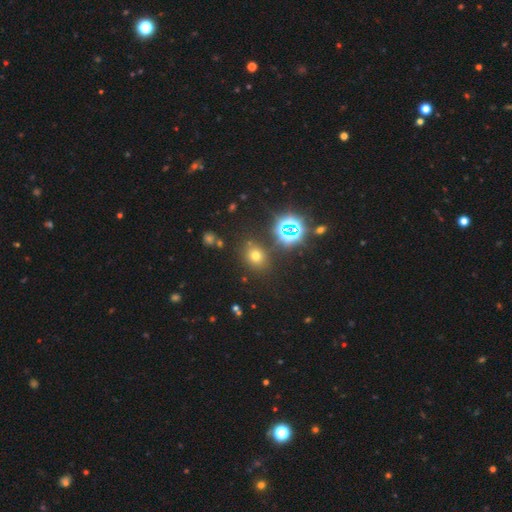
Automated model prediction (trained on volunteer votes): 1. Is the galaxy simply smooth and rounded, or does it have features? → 58% smooth, 33% star or artifact, 10% featured or disk.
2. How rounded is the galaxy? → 64% round, 35% in between, 1% cigar-shaped.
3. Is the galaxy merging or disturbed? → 82% none, 9% minor disturbance, 4% merger, 4% major disturbance.